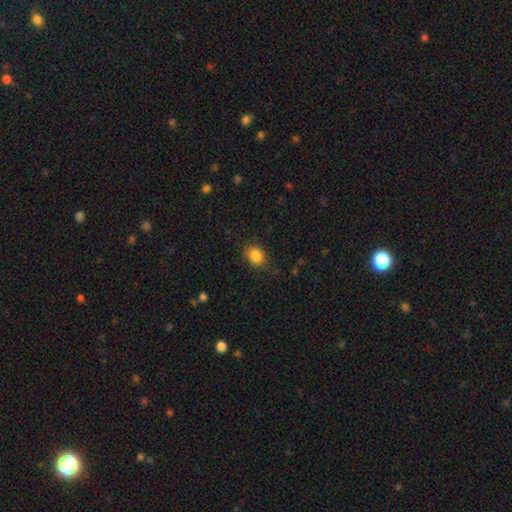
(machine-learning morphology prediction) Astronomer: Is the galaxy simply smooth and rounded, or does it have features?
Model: smooth — 85%.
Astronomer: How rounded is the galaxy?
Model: round — 56% (runner-up: in between, 43%).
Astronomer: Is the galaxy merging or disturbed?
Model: none — 76%.